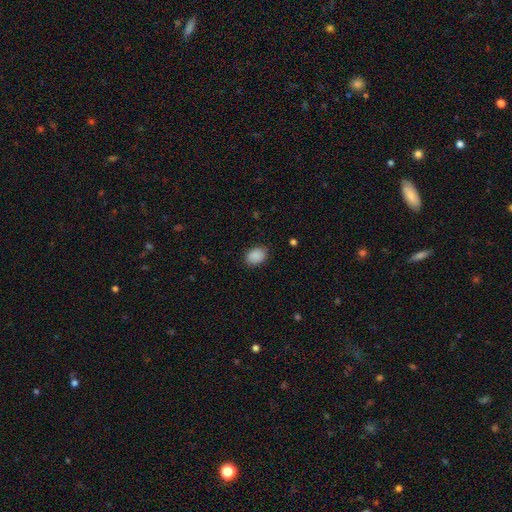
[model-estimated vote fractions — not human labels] smooth-or-featured: smooth: 90% | star or artifact: 7% | featured or disk: 3%
  how-rounded: in between: 73% | round: 26% | cigar-shaped: 1%
  merging: none: 85% | minor disturbance: 11% | major disturbance: 3% | merger: 1%